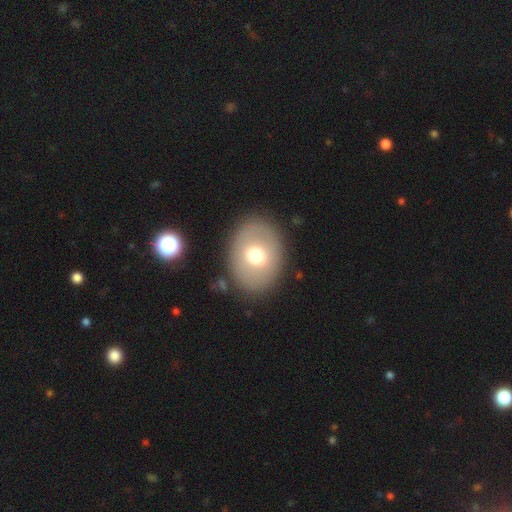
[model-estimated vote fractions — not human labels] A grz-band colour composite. It shows a smooth galaxy with no disk features (63%) that is in between round and cigar-shaped (63%). Merging: none (85%).